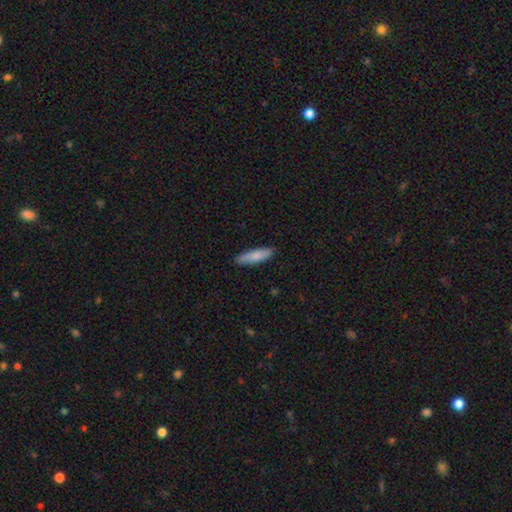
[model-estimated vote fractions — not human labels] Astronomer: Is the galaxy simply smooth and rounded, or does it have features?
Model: smooth — 83%.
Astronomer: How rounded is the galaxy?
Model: cigar-shaped — 69%.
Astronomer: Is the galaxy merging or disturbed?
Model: none — 89%.